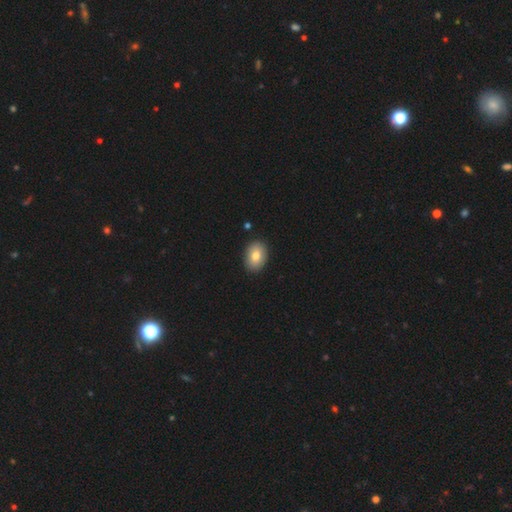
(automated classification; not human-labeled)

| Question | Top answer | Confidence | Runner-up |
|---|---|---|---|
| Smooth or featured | smooth | 80% | featured or disk (13%) |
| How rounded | in between | 76% | round (23%) |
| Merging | none | 90% | minor disturbance (7%) |